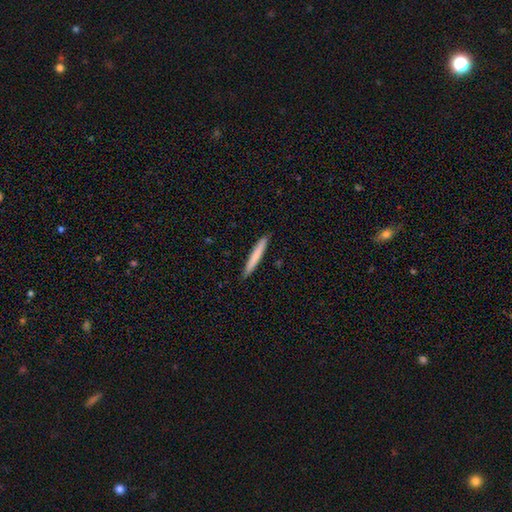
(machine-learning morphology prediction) A smooth galaxy with no disk features (73%) that is cigar-shaped (96%).

Vote fractions:
- Smooth or featured? smooth: 73% / featured or disk: 21% / star or artifact: 5%
- How rounded? cigar-shaped: 96% / in between: 3% / round: 1%
- Merging? none: 91% / minor disturbance: 7% / major disturbance: 1% / merger: 1%